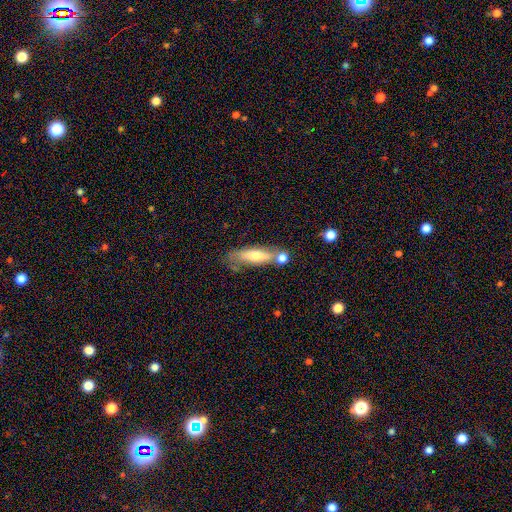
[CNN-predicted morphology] smooth 54%, featured or disk 38%, star or artifact 8%. Down the decision tree: how rounded — cigar-shaped (65%); merging — none (58%).